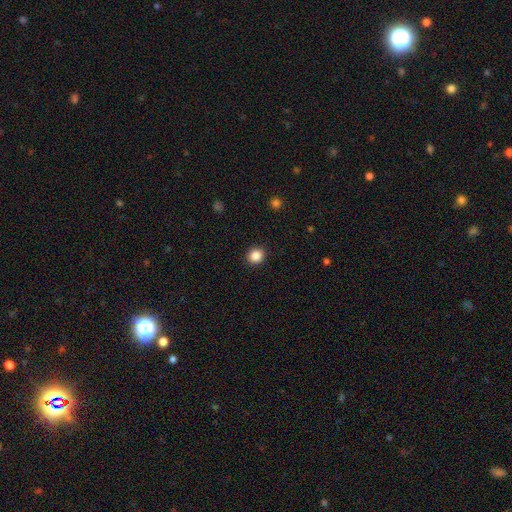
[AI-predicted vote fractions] Morphology: type=smooth (86%); roundness=round (84%); merging=none (92%).